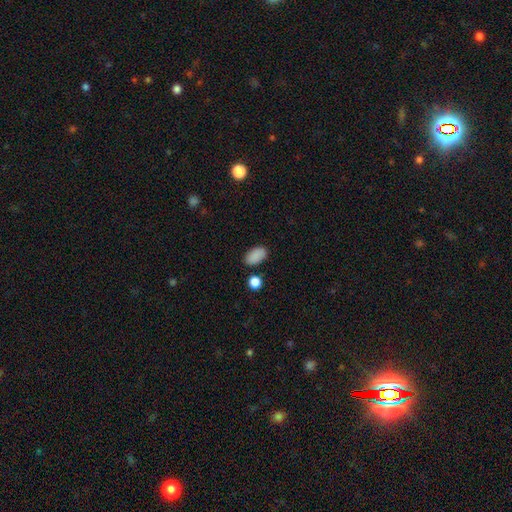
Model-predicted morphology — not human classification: The model was most divided on "merging": none: 83%, minor disturbance: 10%, merger: 4%, major disturbance: 3%. More confident: how rounded — in between (93%); smooth or featured — smooth (88%).